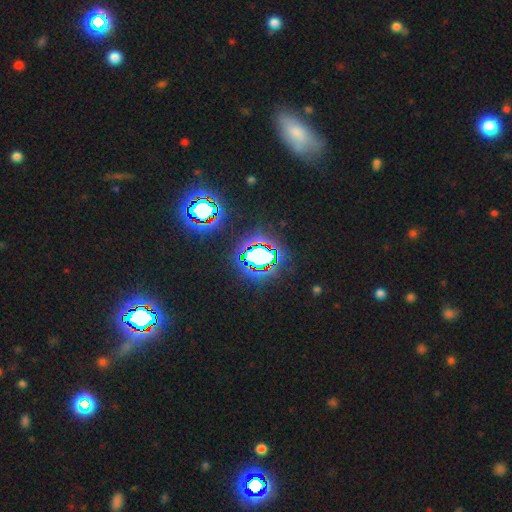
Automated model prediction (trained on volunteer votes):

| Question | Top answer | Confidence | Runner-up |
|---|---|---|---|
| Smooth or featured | star or artifact | 68% | smooth (20%) |